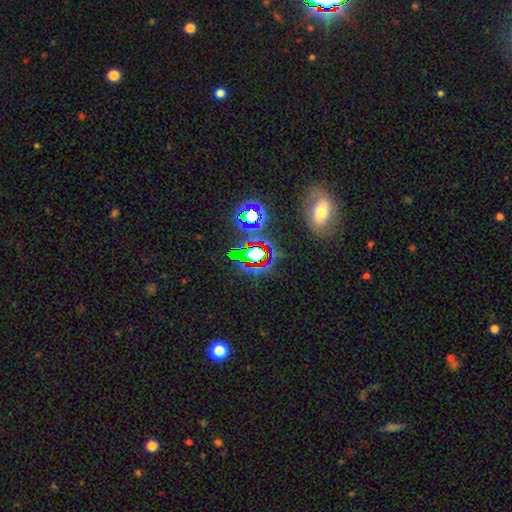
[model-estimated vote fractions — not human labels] Overall: star or artifact (68%).